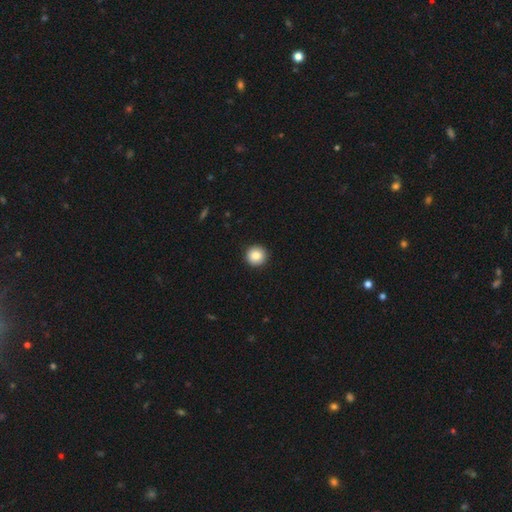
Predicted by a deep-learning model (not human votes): Morphology: type=smooth (87%); roundness=round (95%); merging=none (93%).